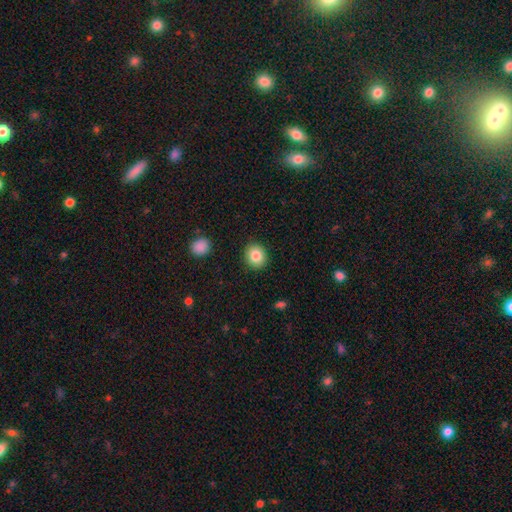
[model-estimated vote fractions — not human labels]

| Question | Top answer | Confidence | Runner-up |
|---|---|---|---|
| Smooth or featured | smooth | 84% | star or artifact (9%) |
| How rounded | round | 73% | in between (26%) |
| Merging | none | 90% | minor disturbance (7%) |